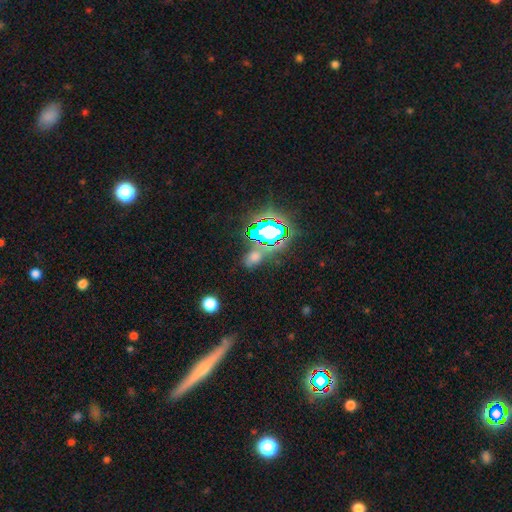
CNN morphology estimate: smooth_or_featured: star or artifact (p=0.46) [alt: smooth p=0.43]